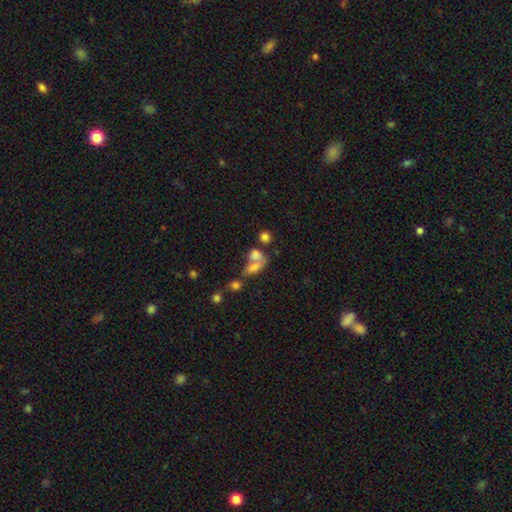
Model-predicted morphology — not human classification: smooth_or_featured: smooth (p=0.67) [alt: featured or disk p=0.19]
how_rounded: in between (p=0.65) [alt: round p=0.31]
merging: merger (p=0.55) [alt: none p=0.25]